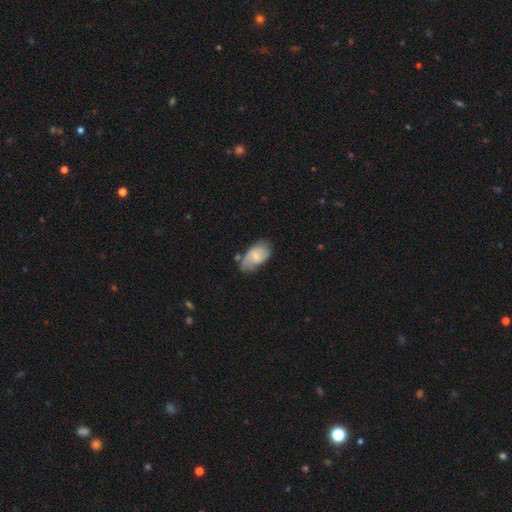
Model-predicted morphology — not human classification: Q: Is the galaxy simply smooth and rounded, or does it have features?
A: smooth — 51%.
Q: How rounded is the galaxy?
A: in between — 92%.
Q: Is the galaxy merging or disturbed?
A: none — 54%.